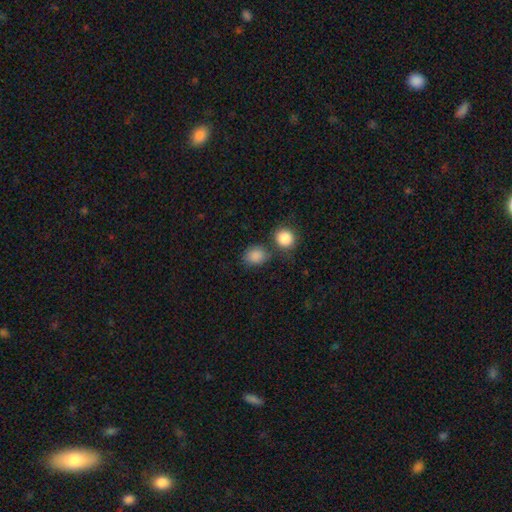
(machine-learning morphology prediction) This is clearly a smooth galaxy (87%). How rounded: possibly round (59%). Merging: possibly none (60%).